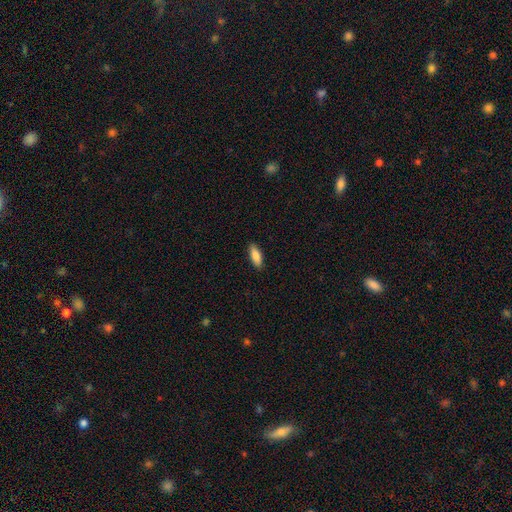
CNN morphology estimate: A smooth galaxy with no disk features (85%) that is in between round and cigar-shaped (73%). Merging: none (88%).